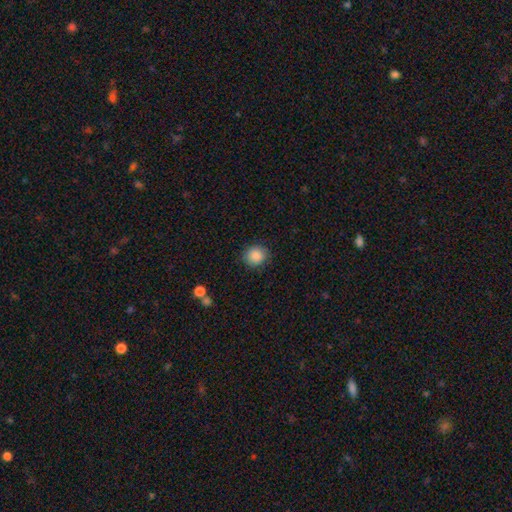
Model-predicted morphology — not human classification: Smooth or featured? Predicted: smooth (p=0.87). How rounded? Predicted: round (p=0.84). Merging? Predicted: none (p=0.88).